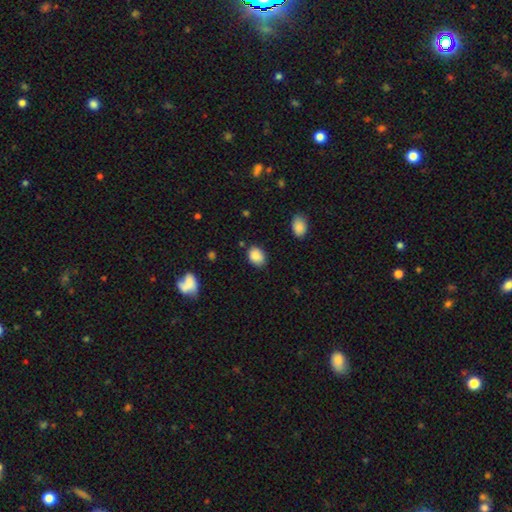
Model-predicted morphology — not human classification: Smooth or featured?
  - smooth: 88% *
  - star or artifact: 8%
  - featured or disk: 4%
How rounded?
  - in between: 68% *
  - round: 31%
  - cigar-shaped: 1%
Merging?
  - none: 80% *
  - minor disturbance: 15%
  - major disturbance: 3%
  - merger: 2%